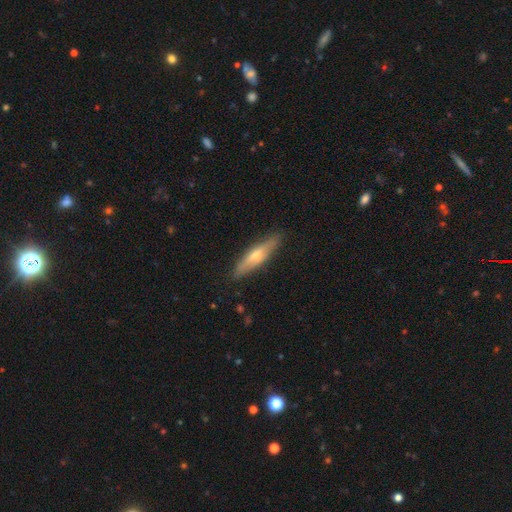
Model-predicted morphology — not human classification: A featured or disk galaxy (58%) viewed edge-on (90%) with a rounded central bulge (84%).

Vote fractions:
- Smooth or featured? featured or disk: 58% / smooth: 36% / star or artifact: 6%
- Edge-on disk? yes: 90% / no: 10%
- Edge-on bulge? rounded: 84% / none: 11% / boxy: 6%
- Merging? none: 87% / minor disturbance: 10% / major disturbance: 2% / merger: 1%